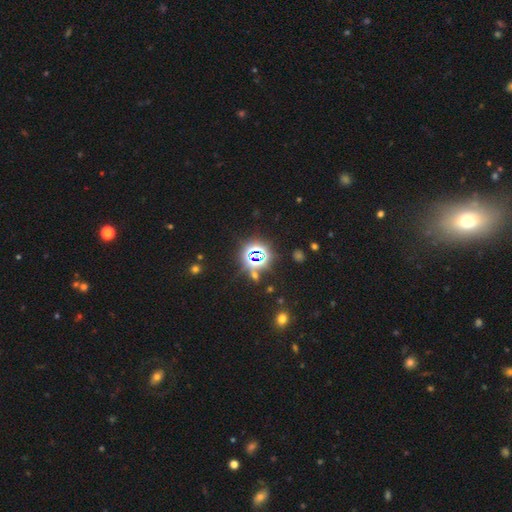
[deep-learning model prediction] Q: Smooth or featured?
A: star or artifact (77%); runner-up: smooth (15%)